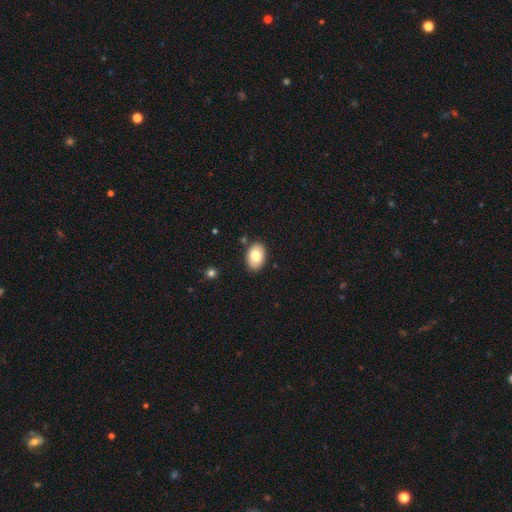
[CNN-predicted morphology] A smooth galaxy with no disk features (79%) that is in between round and cigar-shaped (88%). Merging: none (87%).